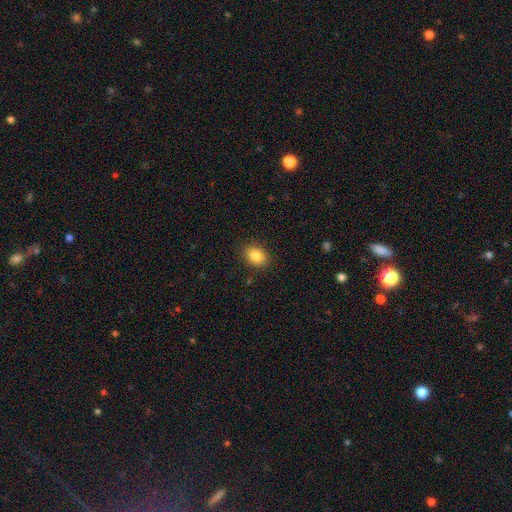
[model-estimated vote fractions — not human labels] smooth-or-featured: smooth: 85% | star or artifact: 9% | featured or disk: 6%
  how-rounded: in between: 63% | round: 36% | cigar-shaped: 1%
  merging: none: 88% | minor disturbance: 9% | major disturbance: 2% | merger: 1%